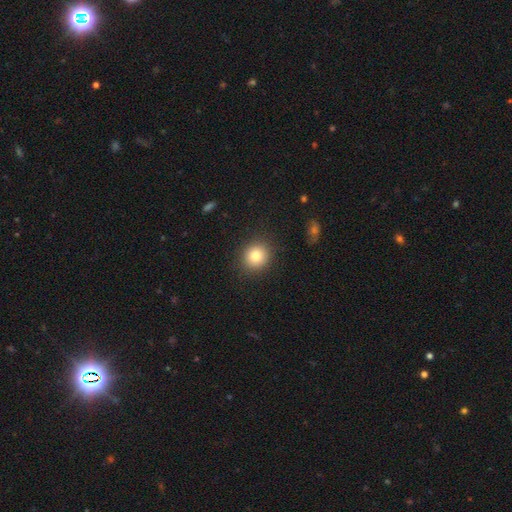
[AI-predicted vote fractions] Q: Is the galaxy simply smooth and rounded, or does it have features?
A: smooth — 82%.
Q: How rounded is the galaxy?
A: round — 86%.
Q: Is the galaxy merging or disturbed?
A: none — 89%.